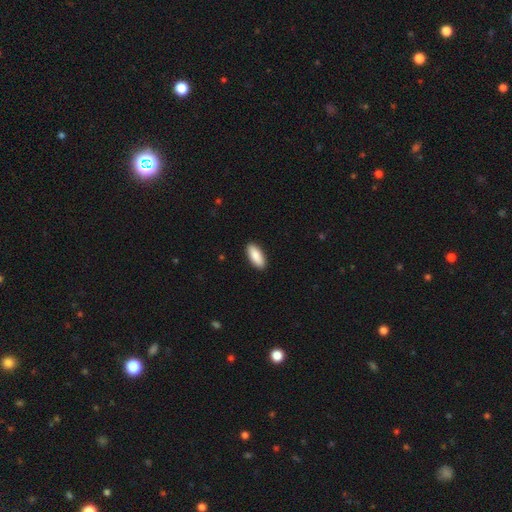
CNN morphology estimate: Q: Smooth or featured?
A: smooth (89%); runner-up: featured or disk (6%)
Q: How rounded?
A: in between (81%); runner-up: cigar-shaped (17%)
Q: Merging?
A: none (91%); runner-up: minor disturbance (7%)